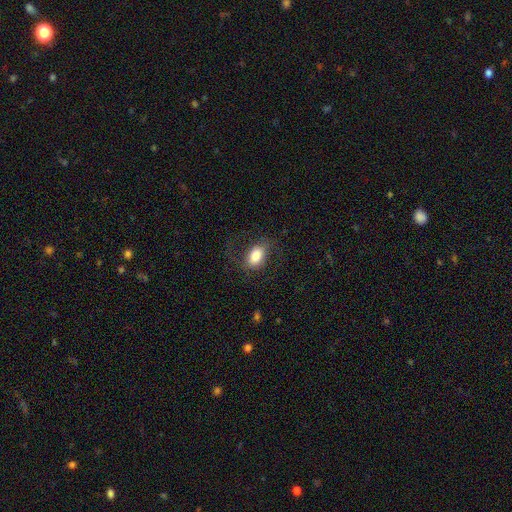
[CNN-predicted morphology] This is likely a smooth galaxy (74%). How rounded: clearly in between (85%). Merging: likely none (64%).